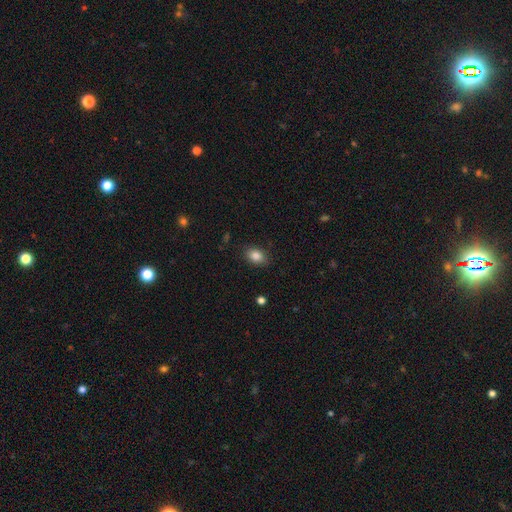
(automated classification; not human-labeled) smooth-or-featured: smooth: 86% | star or artifact: 9% | featured or disk: 5%
  how-rounded: in between: 78% | round: 21% | cigar-shaped: 1%
  merging: none: 84% | minor disturbance: 11% | major disturbance: 3% | merger: 1%